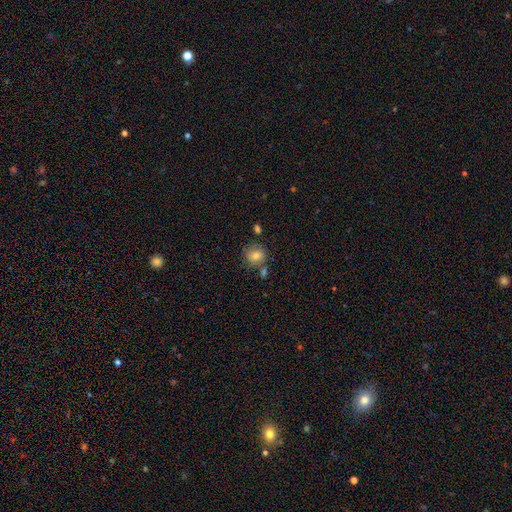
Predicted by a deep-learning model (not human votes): smooth 74%, featured or disk 14%, star or artifact 12%. Down the decision tree: how rounded — round (81%); merging — none (69%).